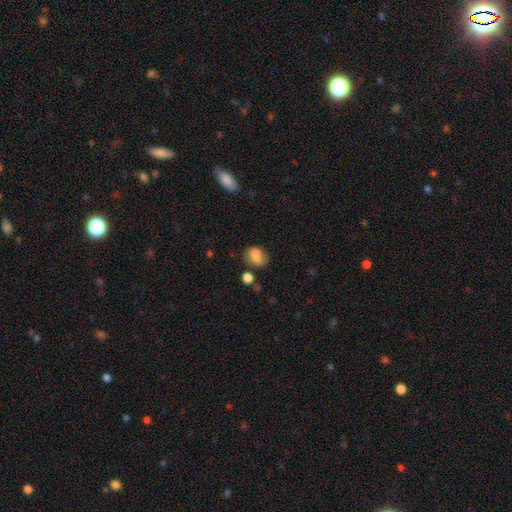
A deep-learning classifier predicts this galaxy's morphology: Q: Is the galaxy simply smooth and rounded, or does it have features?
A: smooth — 76%.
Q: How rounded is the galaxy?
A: in between — 61%.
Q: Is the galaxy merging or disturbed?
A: none — 54%.